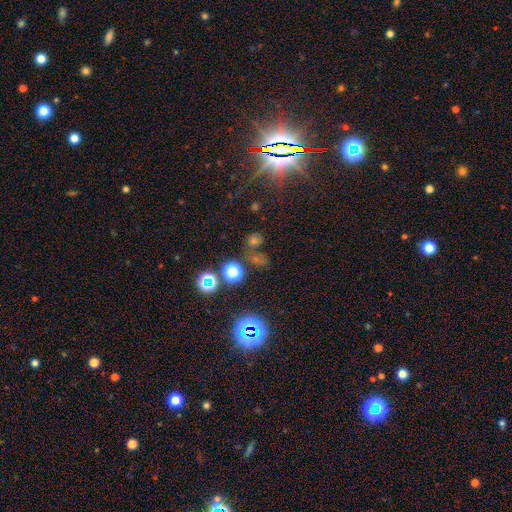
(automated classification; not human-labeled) This is likely a star or artifact rather than a galaxy (77%).